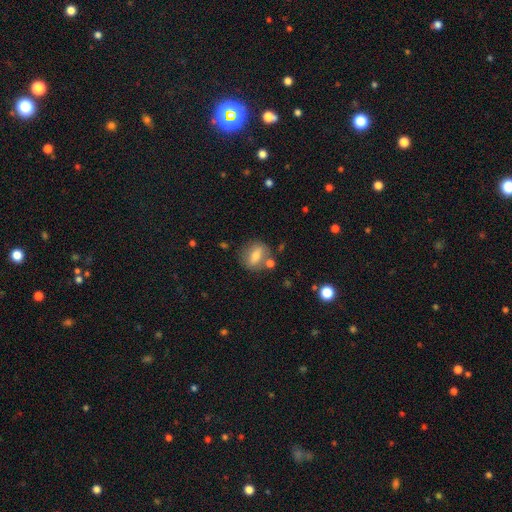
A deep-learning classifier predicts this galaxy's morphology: This is likely a smooth galaxy (67%). How rounded: possibly in between (54%). Merging: likely none (69%).